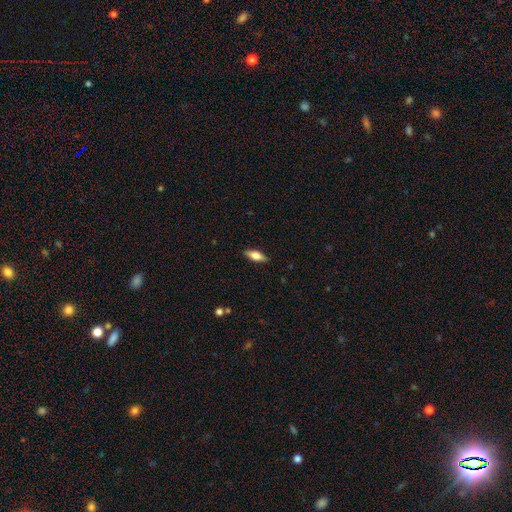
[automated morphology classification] type=smooth (62%); roundness=in between (68%); merging=none (87%).